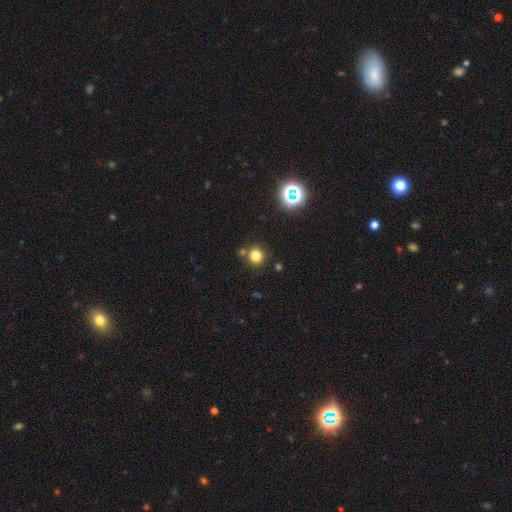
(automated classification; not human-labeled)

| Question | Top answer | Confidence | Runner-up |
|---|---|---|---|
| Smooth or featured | smooth | 78% | star or artifact (16%) |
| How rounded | round | 88% | in between (11%) |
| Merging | none | 78% | merger (11%) |